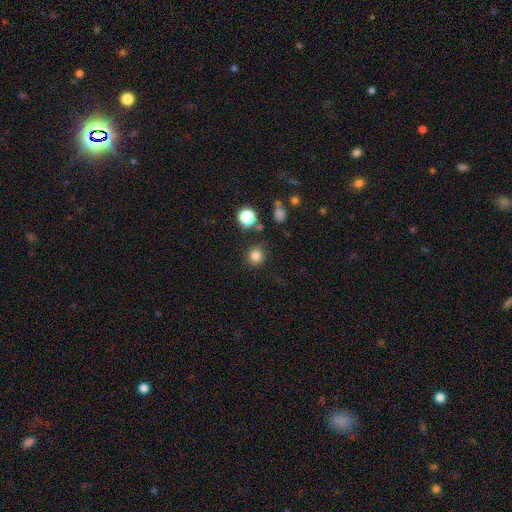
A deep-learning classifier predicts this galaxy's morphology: This appears to be a smooth galaxy with no disk features (80%) that is round (92%). Merging: none (88%).